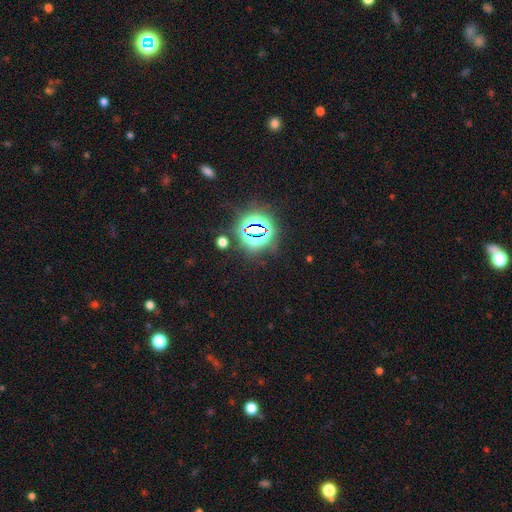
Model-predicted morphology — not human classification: Smooth or featured: star or artifact — 81% (smooth — 12%)